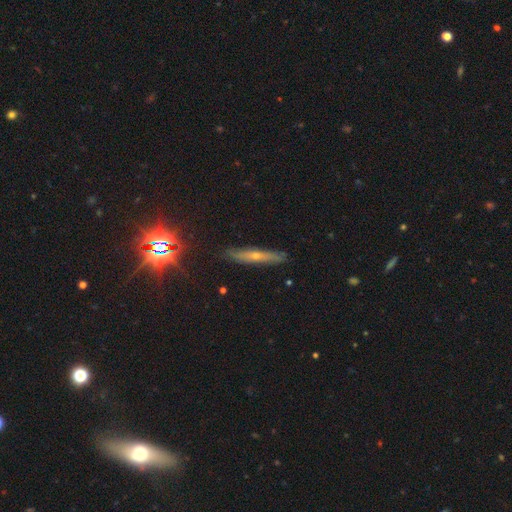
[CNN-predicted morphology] Q: Smooth or featured?
A: featured or disk (53%); runner-up: smooth (32%)
Q: Edge-on disk?
A: yes (88%); runner-up: no (12%)
Q: Merging?
A: none (87%); runner-up: minor disturbance (10%)